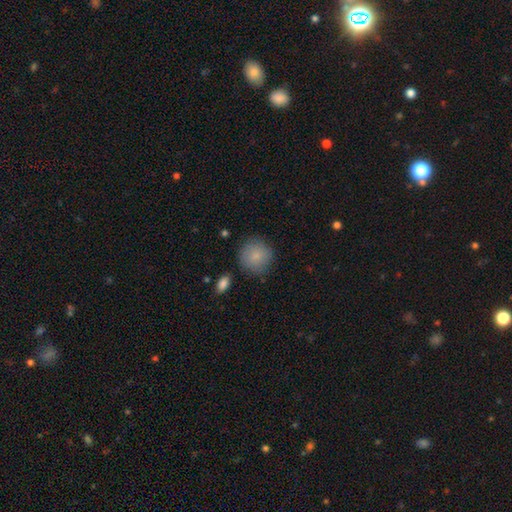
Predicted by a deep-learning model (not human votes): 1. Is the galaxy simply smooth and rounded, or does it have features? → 85% smooth, 8% star or artifact, 7% featured or disk.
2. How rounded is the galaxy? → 92% round, 7% in between, 1% cigar-shaped.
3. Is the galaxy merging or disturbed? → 81% none, 13% minor disturbance, 4% major disturbance, 2% merger.